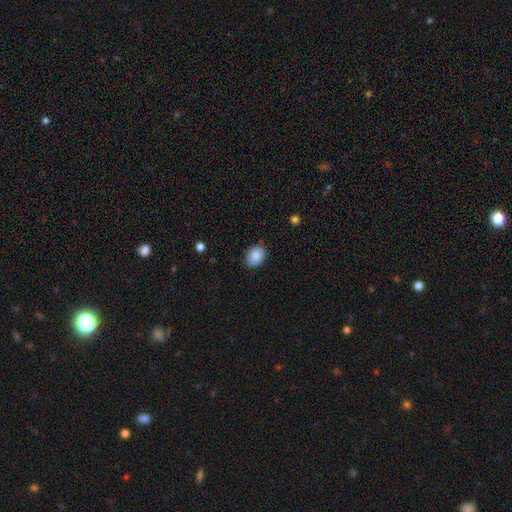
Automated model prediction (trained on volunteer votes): Smooth or featured? Predicted: smooth (p=0.87). How rounded? Predicted: in between (p=0.69). Merging? Predicted: none (p=0.82).